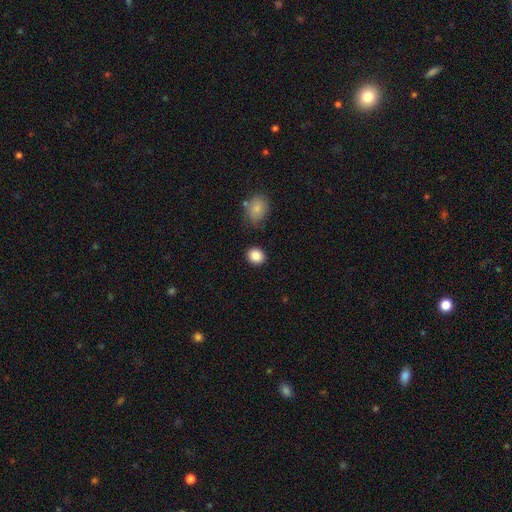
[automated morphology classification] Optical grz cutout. It shows a smooth galaxy with no disk features (86%) that is round (75%). Merging: none (87%).